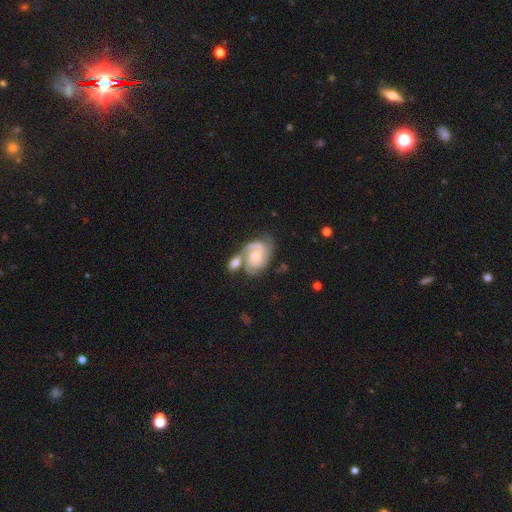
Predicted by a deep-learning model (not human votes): Smooth or featured? featured or disk (87%)
Edge-on disk? no (97%)
Bar? no (65%)
Spiral arms? yes (97%)
Spiral winding? tight (49%)
Spiral arm count? 2 (46%)
Bulge size? moderate (53%)
Merging? none (43%)